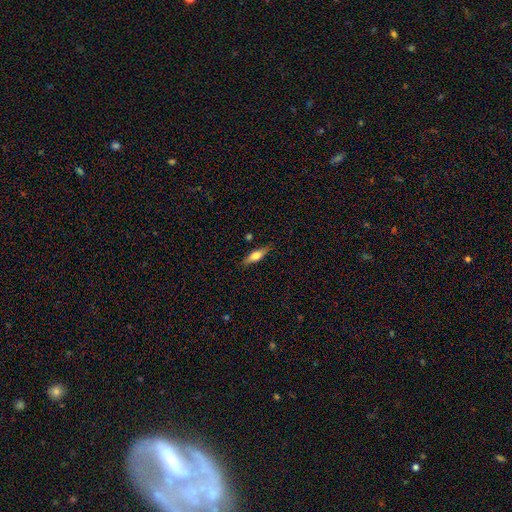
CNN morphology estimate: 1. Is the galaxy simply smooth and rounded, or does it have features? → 52% smooth, 41% featured or disk, 6% star or artifact.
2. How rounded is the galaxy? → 55% cigar-shaped, 42% in between, 3% round.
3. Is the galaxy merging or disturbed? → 84% none, 12% minor disturbance, 2% major disturbance, 2% merger.